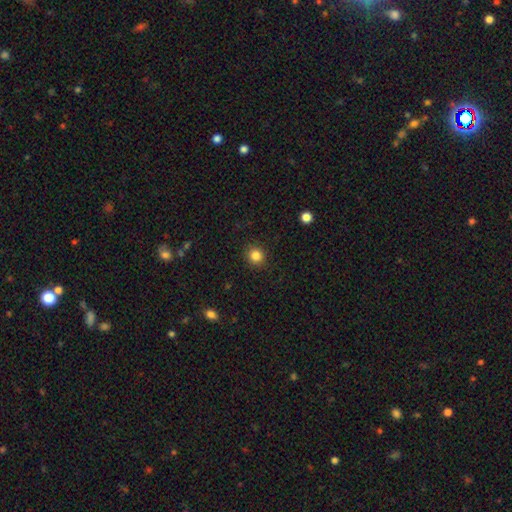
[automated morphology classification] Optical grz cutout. It shows a smooth galaxy with no disk features (84%) that is round (88%). Merging: none (90%).